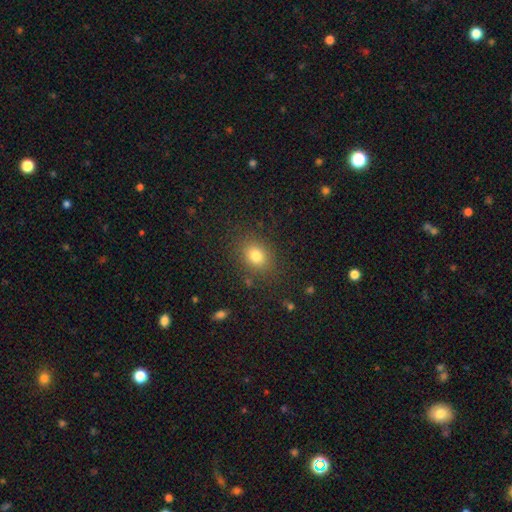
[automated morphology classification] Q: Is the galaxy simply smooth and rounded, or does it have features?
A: smooth — 80%.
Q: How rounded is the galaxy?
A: in between — 54%.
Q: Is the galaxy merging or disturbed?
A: none — 84%.